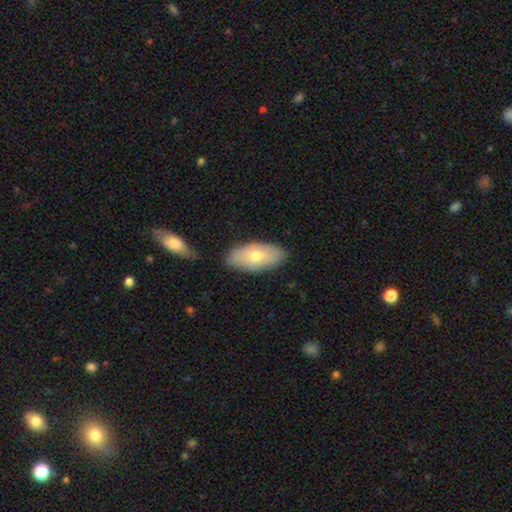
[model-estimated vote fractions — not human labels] Smooth or featured?
  - smooth: 65% *
  - featured or disk: 29%
  - star or artifact: 6%
How rounded?
  - in between: 92% *
  - cigar-shaped: 5%
  - round: 3%
Merging?
  - none: 80% *
  - minor disturbance: 14%
  - merger: 3%
  - major disturbance: 3%